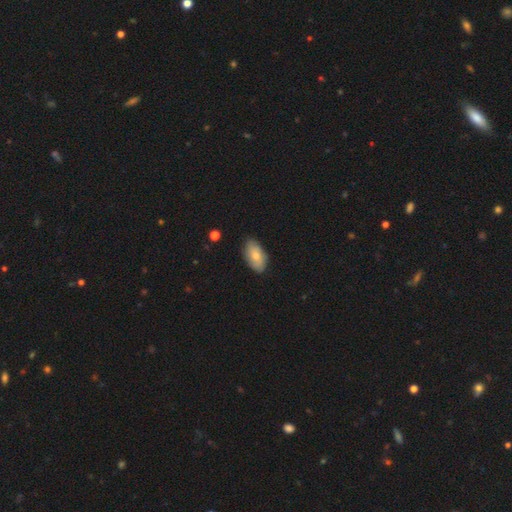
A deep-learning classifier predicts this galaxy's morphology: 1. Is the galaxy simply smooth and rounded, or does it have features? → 75% smooth, 19% featured or disk, 6% star or artifact.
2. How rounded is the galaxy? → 94% in between, 4% round, 2% cigar-shaped.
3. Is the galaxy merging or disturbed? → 81% none, 15% minor disturbance, 2% major disturbance, 1% merger.